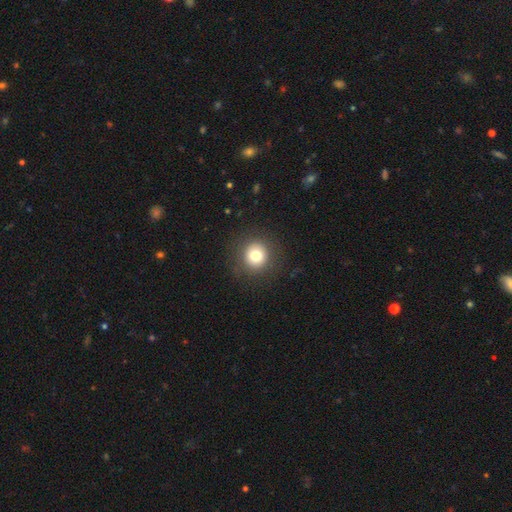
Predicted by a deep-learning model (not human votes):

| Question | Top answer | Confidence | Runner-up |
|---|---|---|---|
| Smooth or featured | smooth | 78% | star or artifact (12%) |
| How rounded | round | 92% | in between (7%) |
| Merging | none | 89% | minor disturbance (7%) |